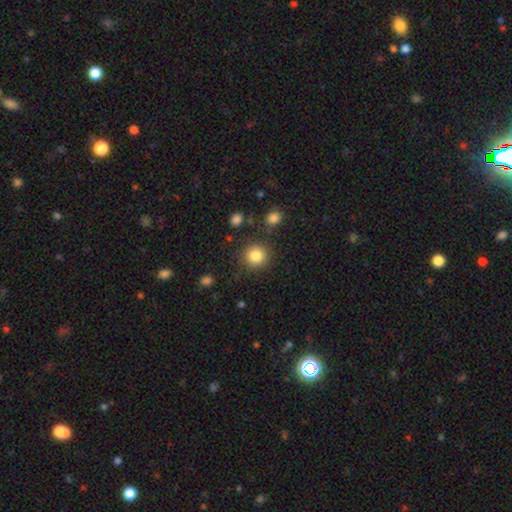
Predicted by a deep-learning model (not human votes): A smooth galaxy with no disk features (84%) that is round (93%). Merging: none (86%).